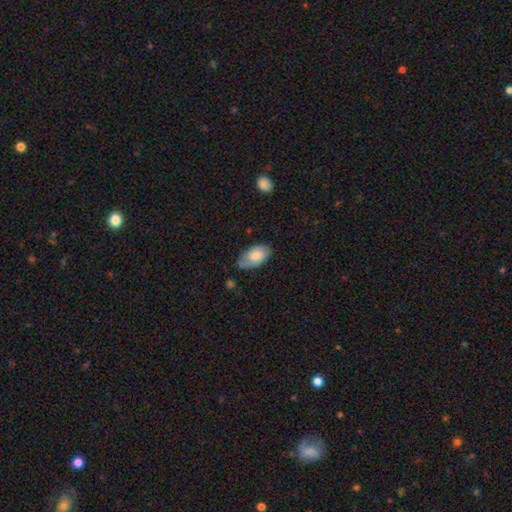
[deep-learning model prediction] A smooth galaxy with no disk features (76%) that is in between round and cigar-shaped (94%).

Vote fractions:
- Smooth or featured? smooth: 76% / featured or disk: 18% / star or artifact: 6%
- How rounded? in between: 94% / round: 4% / cigar-shaped: 2%
- Merging? none: 60% / minor disturbance: 31% / major disturbance: 6% / merger: 2%